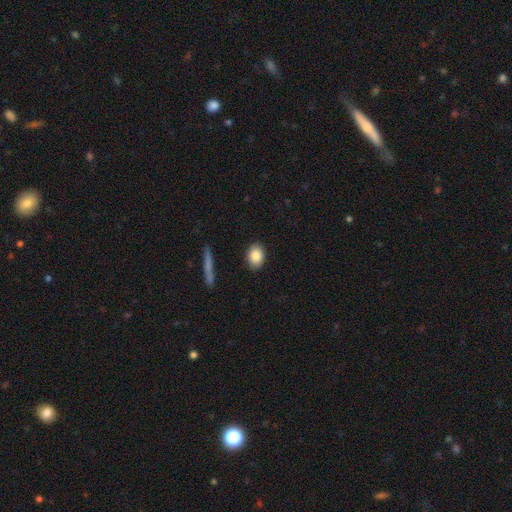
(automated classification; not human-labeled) Smooth or featured: smooth — 85% (featured or disk — 8%)
How rounded: in between — 76% (round — 22%)
Merging: none — 88% (minor disturbance — 8%)